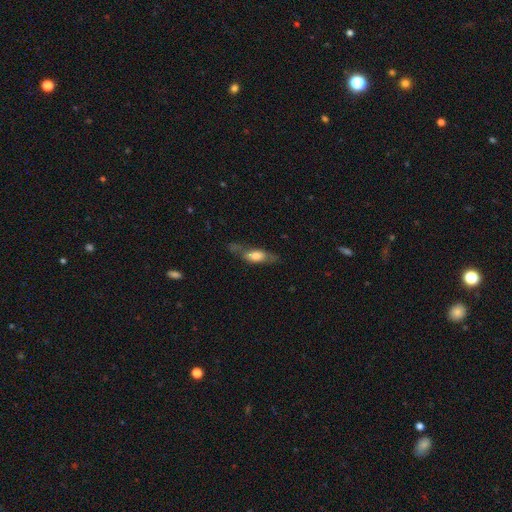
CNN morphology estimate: Smooth or featured?
  - smooth: 54% *
  - featured or disk: 39%
  - star or artifact: 7%
How rounded?
  - in between: 56% *
  - cigar-shaped: 41%
  - round: 3%
Merging?
  - none: 56% *
  - minor disturbance: 25%
  - major disturbance: 15%
  - merger: 5%